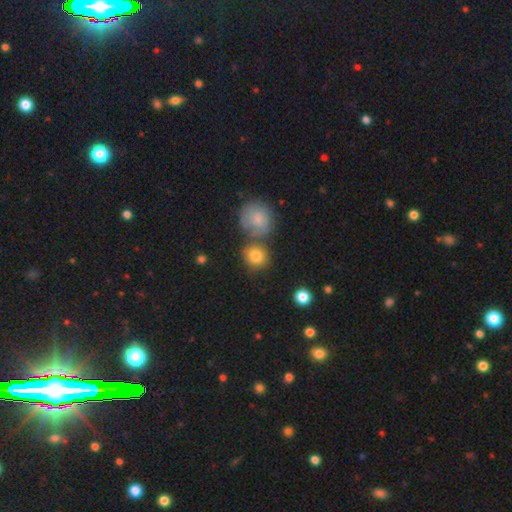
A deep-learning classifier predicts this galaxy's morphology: This is clearly a smooth galaxy (82%). How rounded: clearly round (85%). Merging: likely none (62%).